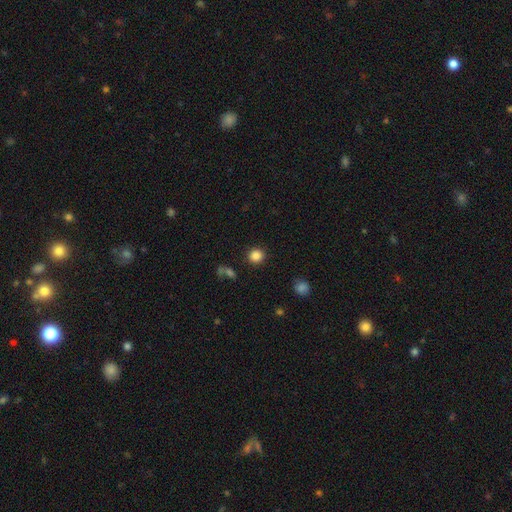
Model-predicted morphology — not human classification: type=smooth (85%); roundness=round (91%); merging=none (89%).